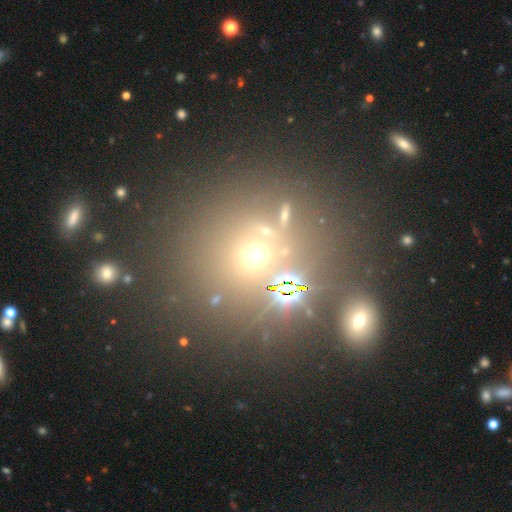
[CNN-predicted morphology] type=star or artifact (46%).